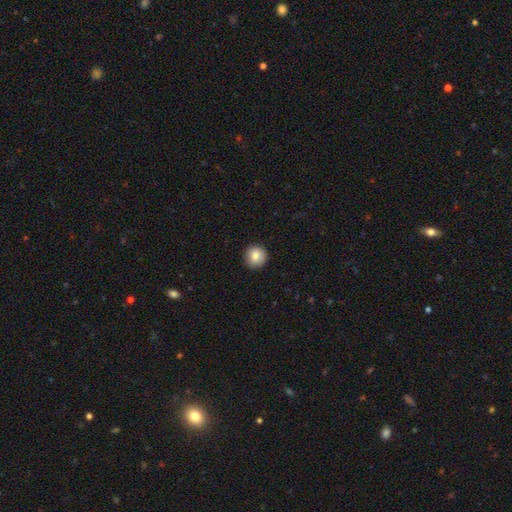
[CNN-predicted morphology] smooth 84%, star or artifact 8%, featured or disk 7%. Down the decision tree: how rounded — round (95%); merging — none (92%).